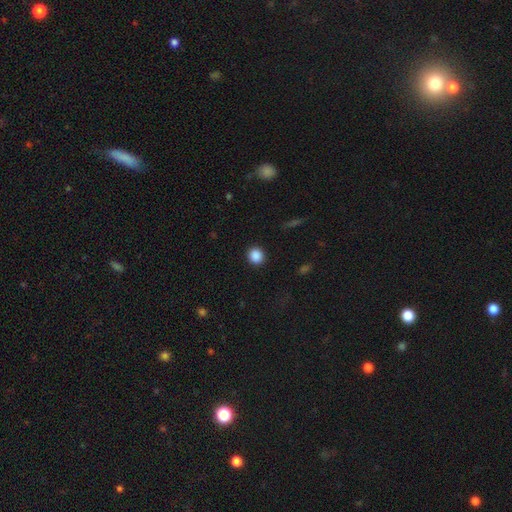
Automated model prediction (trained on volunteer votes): smooth_or_featured: smooth (p=0.88) [alt: star or artifact p=0.10]
how_rounded: round (p=0.86) [alt: in between p=0.13]
merging: none (p=0.91) [alt: minor disturbance p=0.06]